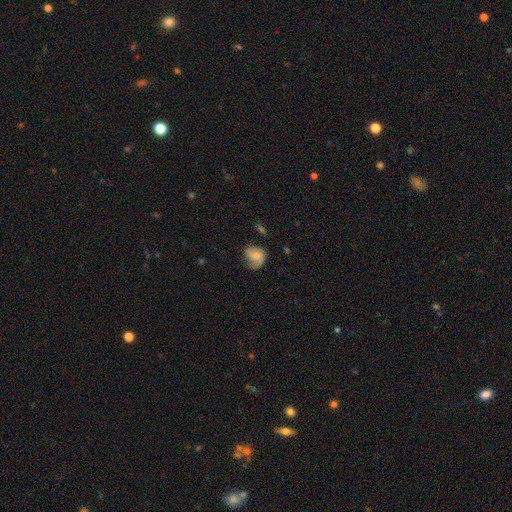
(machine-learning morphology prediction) smooth-or-featured: smooth: 59% | featured or disk: 32% | star or artifact: 8%
  how-rounded: round: 58% | in between: 41% | cigar-shaped: 1%
  merging: none: 45% | minor disturbance: 32% | major disturbance: 20% | merger: 3%